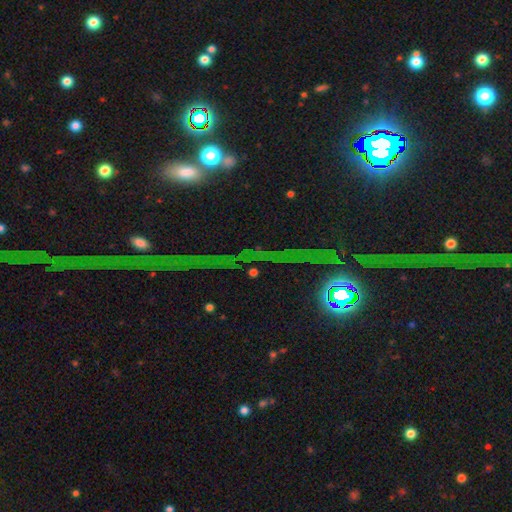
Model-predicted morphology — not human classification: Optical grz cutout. It shows a star or artifact, not a galaxy (74%).